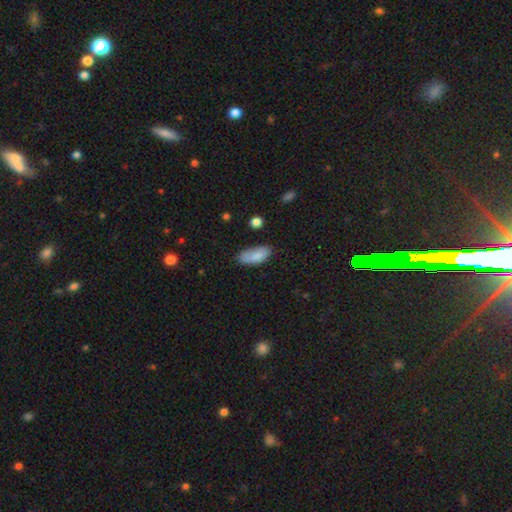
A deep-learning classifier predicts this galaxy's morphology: The model was most divided on "merging": none: 64%, minor disturbance: 26%, major disturbance: 6%, merger: 3%. More confident: smooth or featured — smooth (84%); how rounded — in between (84%).